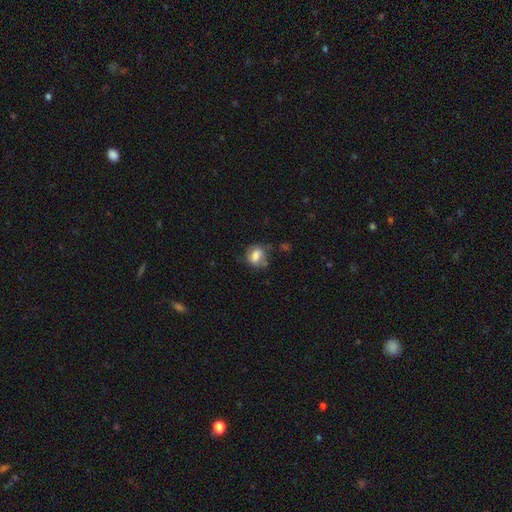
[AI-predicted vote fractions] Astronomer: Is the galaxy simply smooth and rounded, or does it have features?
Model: smooth — 71%.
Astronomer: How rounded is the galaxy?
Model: in between — 60% (runner-up: round, 39%).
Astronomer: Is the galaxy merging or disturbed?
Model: none — 52% (runner-up: minor disturbance, 29%).